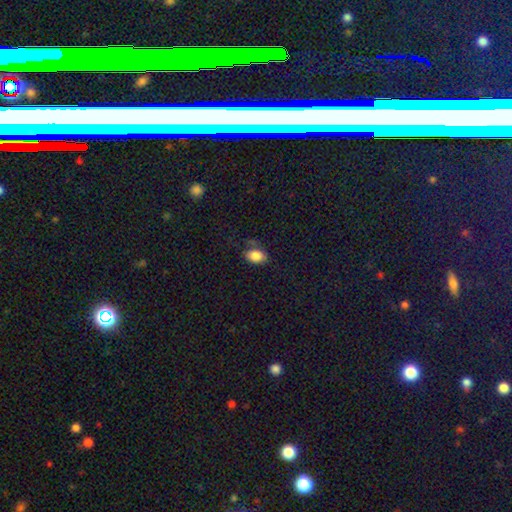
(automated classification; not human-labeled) Q: Smooth or featured?
A: smooth (84%); runner-up: star or artifact (9%)
Q: How rounded?
A: in between (86%); runner-up: round (12%)
Q: Merging?
A: none (67%); runner-up: minor disturbance (22%)